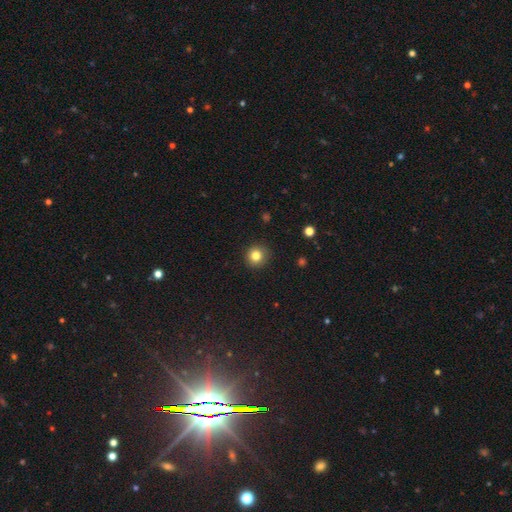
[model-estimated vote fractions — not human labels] A smooth galaxy with no disk features (81%) that is round (93%). Merging: none (90%).